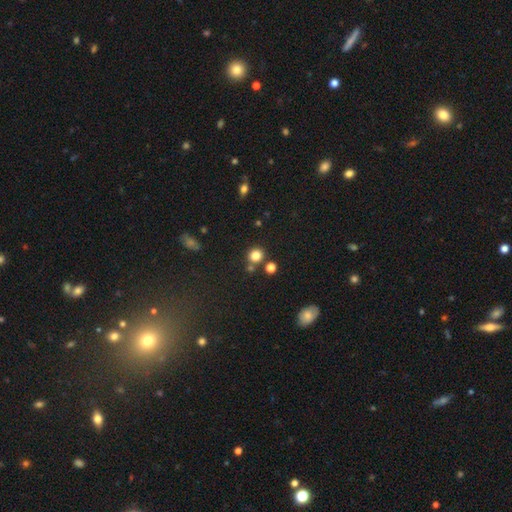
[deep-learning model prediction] smooth-or-featured: smooth: 80% | star or artifact: 14% | featured or disk: 6%
  how-rounded: round: 89% | in between: 10% | cigar-shaped: 1%
  merging: none: 76% | merger: 13% | minor disturbance: 9% | major disturbance: 3%